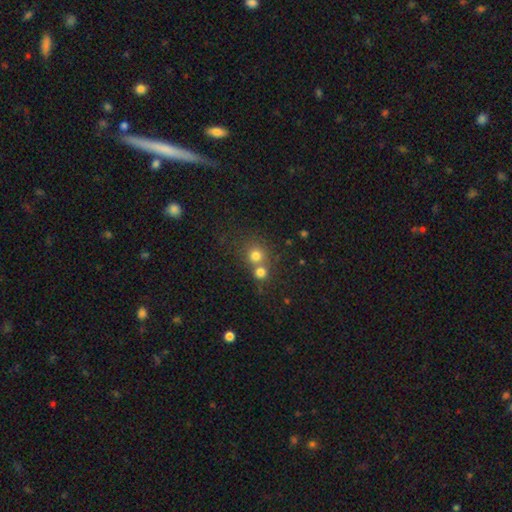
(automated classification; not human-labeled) Overall: smooth (76%). How rounded: round (87%). Merging: none (46%; merger 45%).